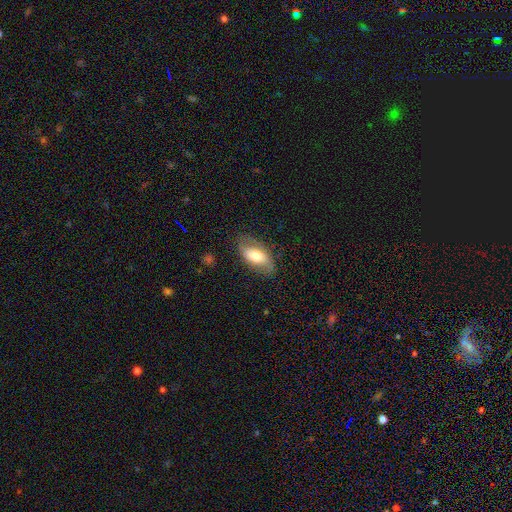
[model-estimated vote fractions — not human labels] Q: Smooth or featured?
A: smooth (54%); runner-up: featured or disk (40%)
Q: How rounded?
A: in between (90%); runner-up: cigar-shaped (5%)
Q: Merging?
A: none (73%); runner-up: minor disturbance (19%)